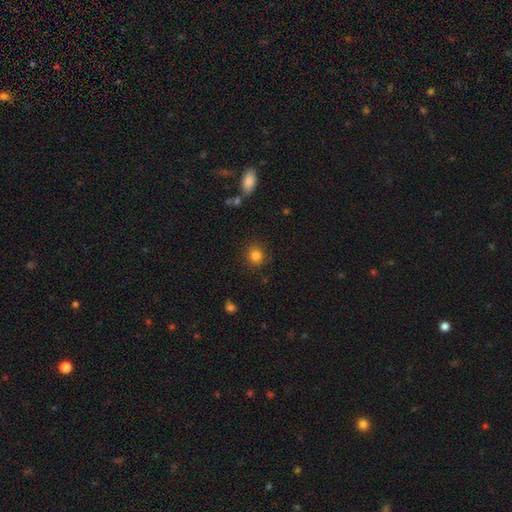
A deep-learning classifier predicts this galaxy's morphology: smooth-or-featured: smooth: 82% | star or artifact: 12% | featured or disk: 5%
  how-rounded: round: 86% | in between: 13% | cigar-shaped: 1%
  merging: none: 87% | minor disturbance: 8% | major disturbance: 3% | merger: 2%